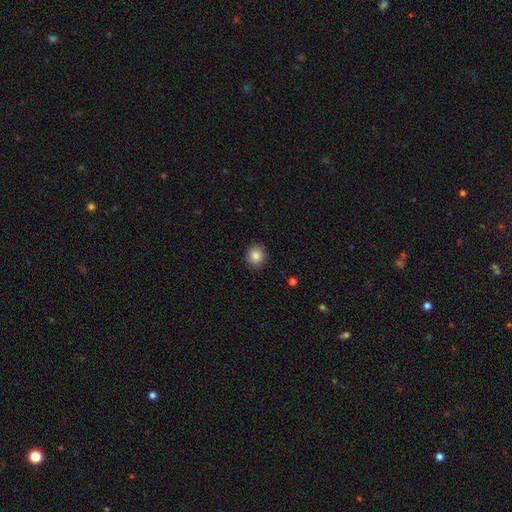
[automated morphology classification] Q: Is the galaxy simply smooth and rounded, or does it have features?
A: smooth — 86%.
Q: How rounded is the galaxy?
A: round — 82%.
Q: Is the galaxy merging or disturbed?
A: none — 90%.